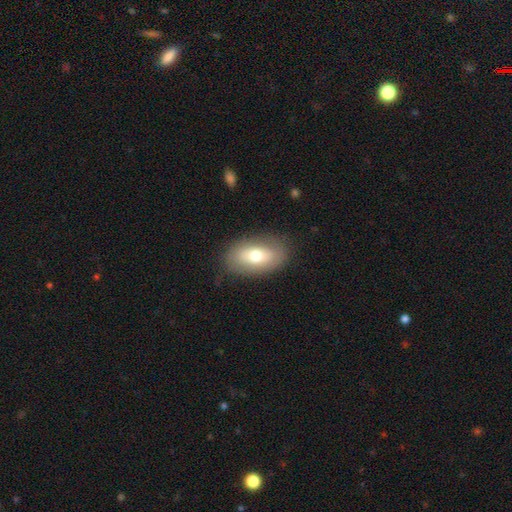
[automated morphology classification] This appears to be a smooth galaxy with no disk features (67%) that is in between round and cigar-shaped (91%). Merging: none (83%).